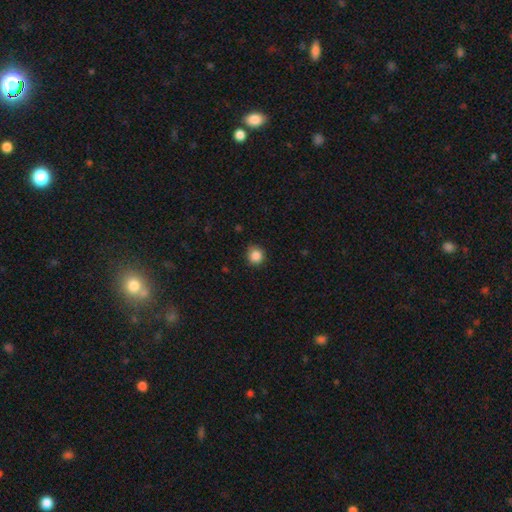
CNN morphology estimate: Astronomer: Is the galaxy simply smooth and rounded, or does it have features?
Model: smooth — 86%.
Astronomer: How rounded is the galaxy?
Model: round — 91%.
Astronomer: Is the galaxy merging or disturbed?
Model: none — 84%.